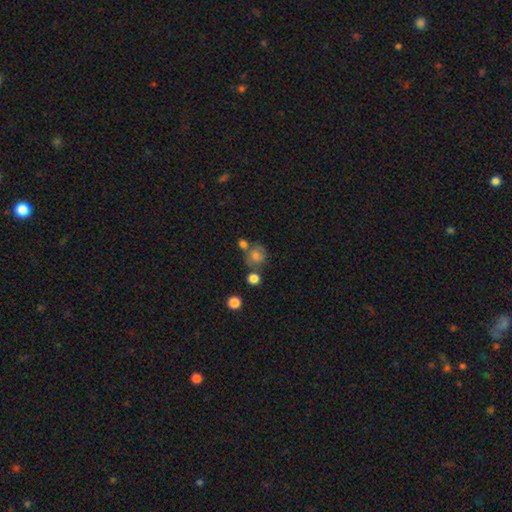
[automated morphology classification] Q: Smooth or featured?
A: smooth (75%); runner-up: star or artifact (13%)
Q: How rounded?
A: round (80%); runner-up: in between (20%)
Q: Merging?
A: none (58%); runner-up: merger (22%)